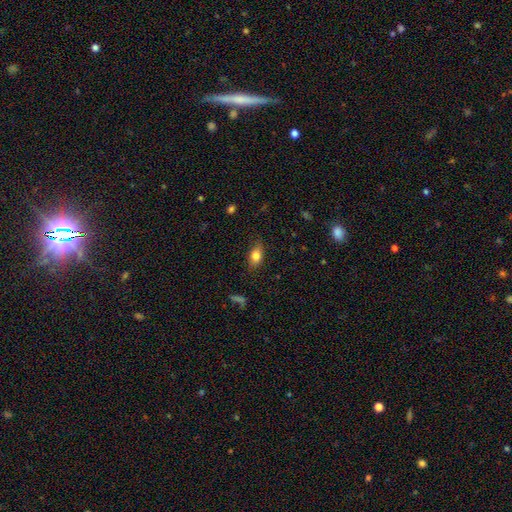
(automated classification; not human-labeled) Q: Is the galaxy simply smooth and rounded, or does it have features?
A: smooth — 78%.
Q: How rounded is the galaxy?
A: in between — 81%.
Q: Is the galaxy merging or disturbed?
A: none — 79%.